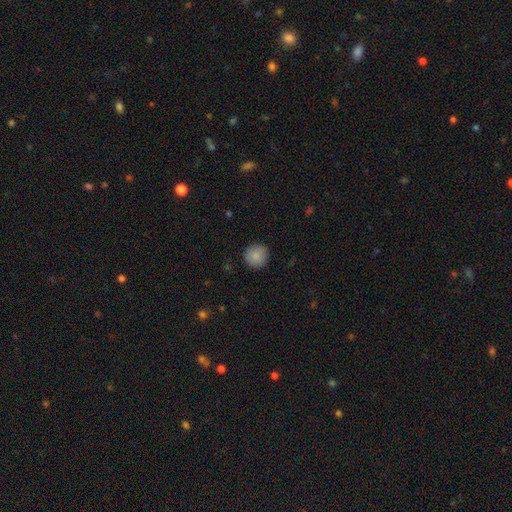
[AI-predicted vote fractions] Morphology: type=smooth (87%); roundness=round (94%); merging=none (89%).